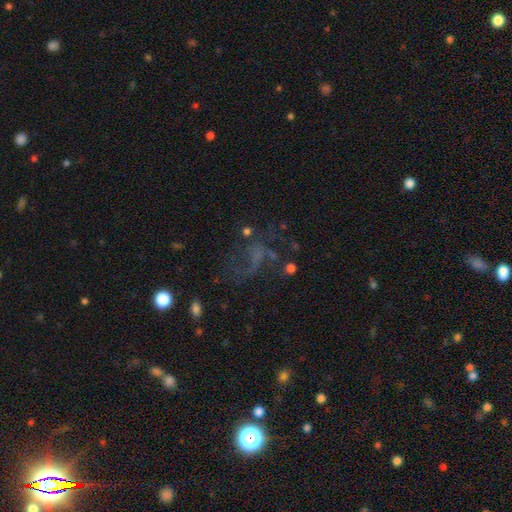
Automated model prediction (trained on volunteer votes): This appears to be a featured or disk galaxy (48%). Merging: none (43%).